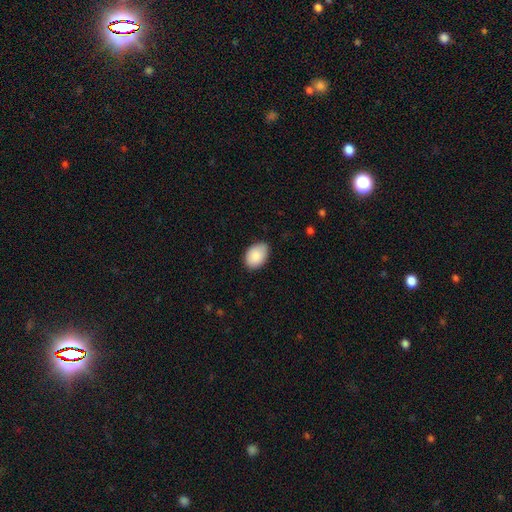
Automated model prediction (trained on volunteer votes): Overall: smooth (89%). How rounded: in between (86%). Merging: none (81%).